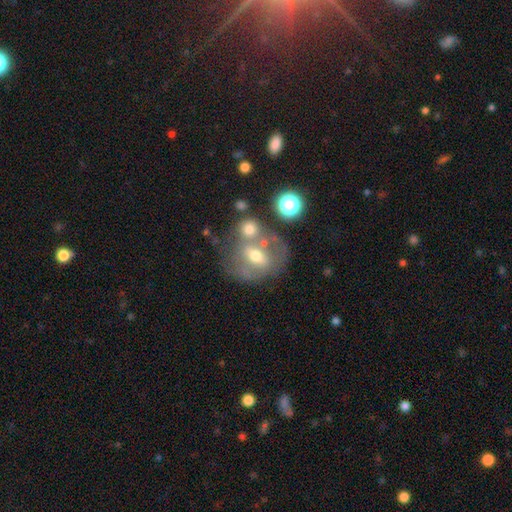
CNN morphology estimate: A featured or disk galaxy (46%). Merging: none (42%).